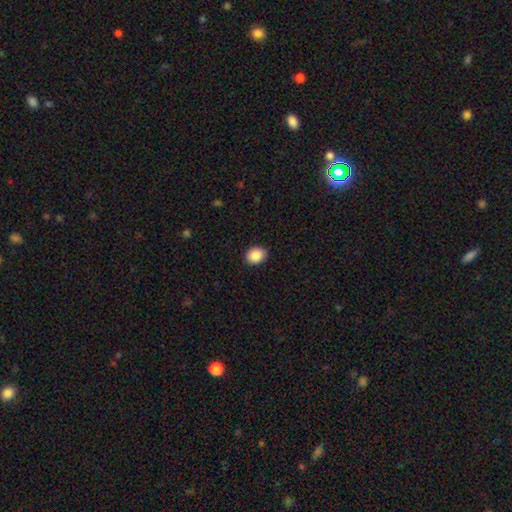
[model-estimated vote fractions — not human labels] Smooth or featured? Predicted: smooth (p=0.88). How rounded? Predicted: in between (p=0.50). Merging? Predicted: none (p=0.89).